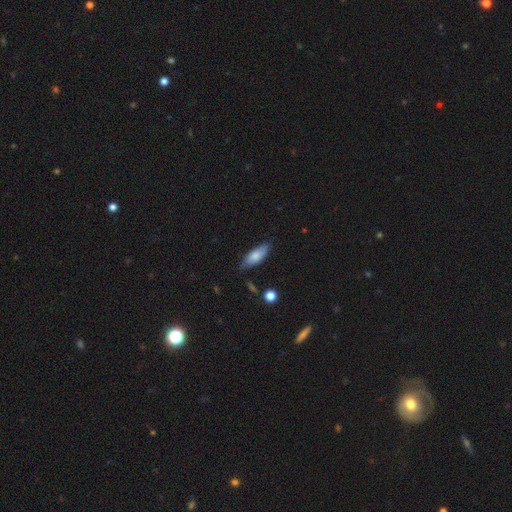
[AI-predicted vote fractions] A smooth galaxy with no disk features (76%) that is in between round and cigar-shaped (65%). Merging: none (77%).